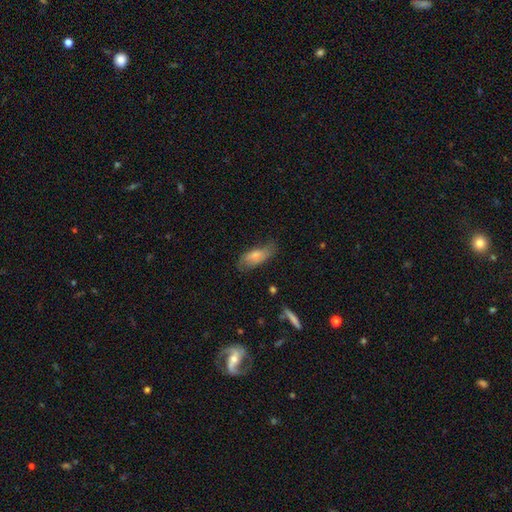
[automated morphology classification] Smooth or featured? smooth (70%)
How rounded? in between (78%)
Merging? none (60%)